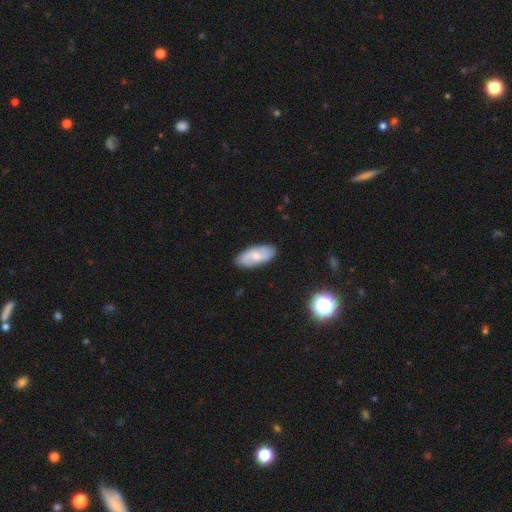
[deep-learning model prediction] Morphology: type=featured or disk (52%); edge-on=no (92%); merging=none (84%).